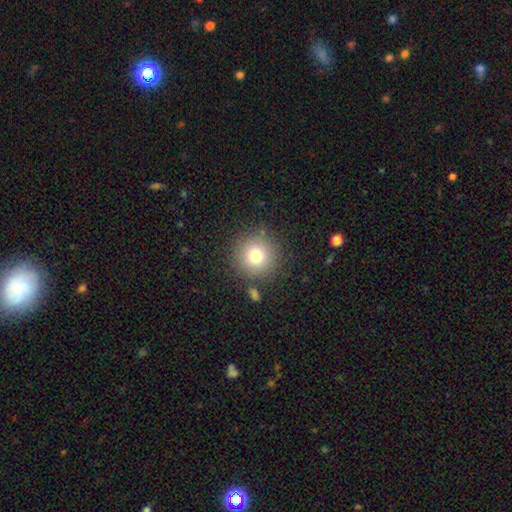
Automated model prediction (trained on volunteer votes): smooth_or_featured: smooth (p=0.77) [alt: star or artifact p=0.12]
how_rounded: round (p=0.95) [alt: in between p=0.04]
merging: none (p=0.85) [alt: minor disturbance p=0.08]